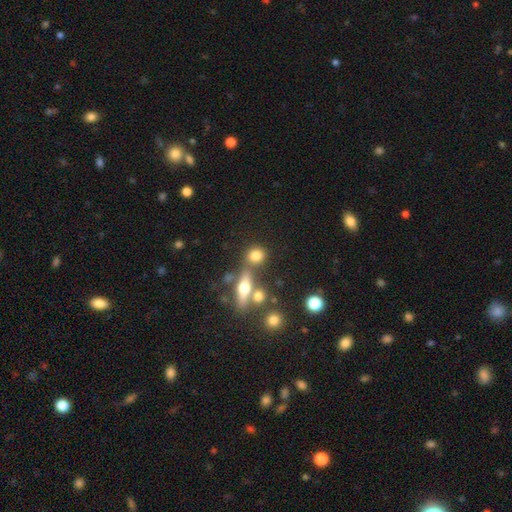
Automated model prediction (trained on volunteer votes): The model was most divided on "merging": none: 62%, merger: 23%, minor disturbance: 10%, major disturbance: 5%. More confident: smooth or featured — smooth (75%); how rounded — round (68%).